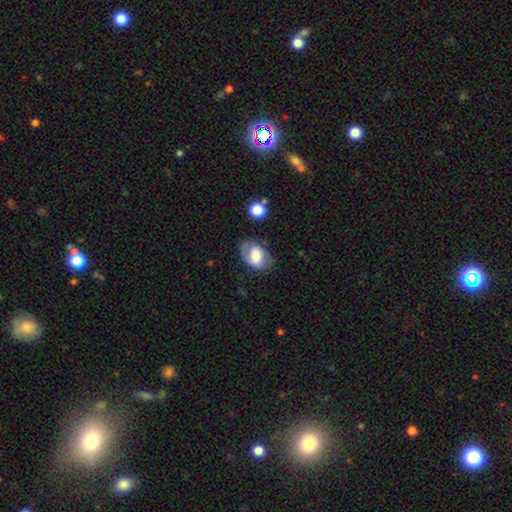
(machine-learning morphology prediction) Smooth or featured? Predicted: smooth (p=0.59). How rounded? Predicted: in between (p=0.81). Merging? Predicted: none (p=0.68).